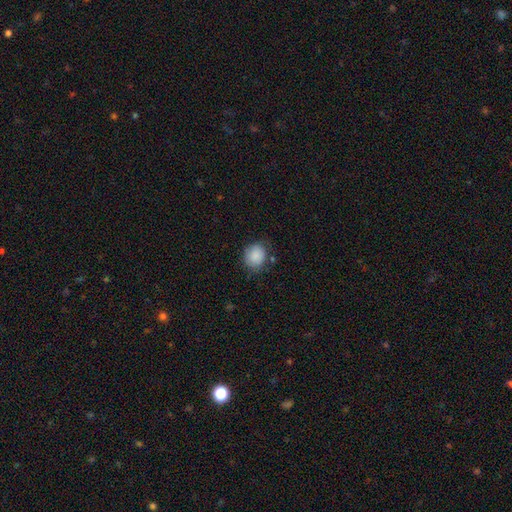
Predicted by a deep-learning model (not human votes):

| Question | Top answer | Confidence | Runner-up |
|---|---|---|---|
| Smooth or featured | smooth | 87% | star or artifact (8%) |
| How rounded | round | 73% | in between (27%) |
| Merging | none | 75% | minor disturbance (18%) |